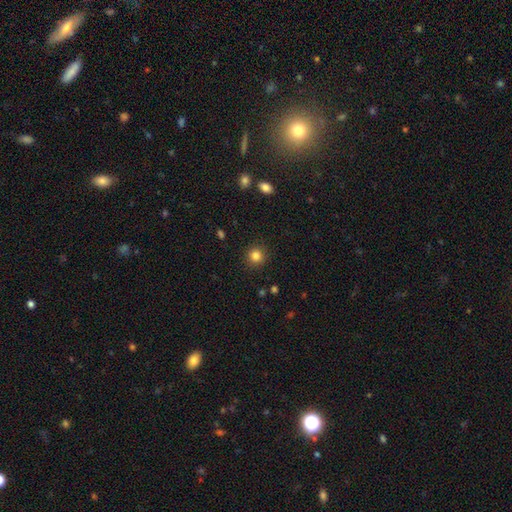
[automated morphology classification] Q: Smooth or featured?
A: smooth (84%); runner-up: star or artifact (12%)
Q: How rounded?
A: round (93%); runner-up: in between (6%)
Q: Merging?
A: none (91%); runner-up: minor disturbance (6%)